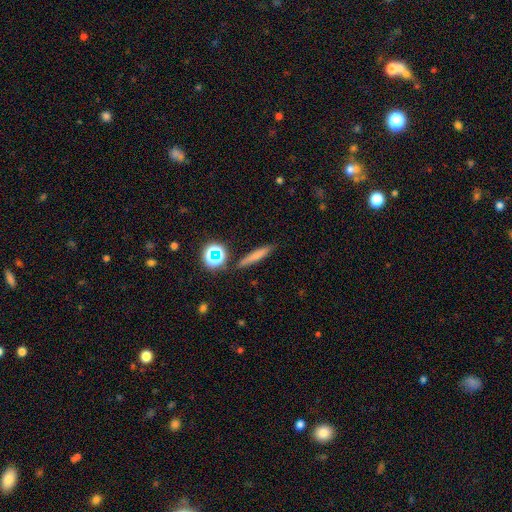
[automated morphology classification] smooth_or_featured: smooth (p=0.67) [alt: featured or disk p=0.21]
how_rounded: cigar-shaped (p=0.87) [alt: in between p=0.08]
merging: none (p=0.85) [alt: minor disturbance p=0.09]